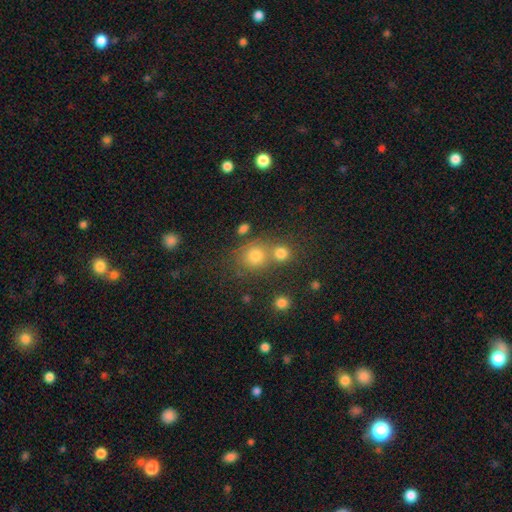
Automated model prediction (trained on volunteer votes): A smooth galaxy with no disk features (74%) that is round (82%). Merging: none (52%).